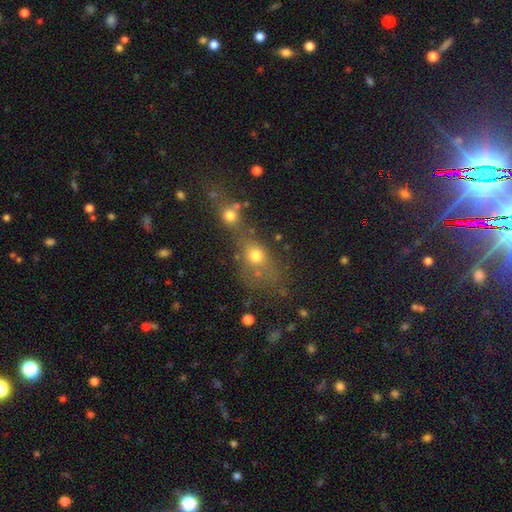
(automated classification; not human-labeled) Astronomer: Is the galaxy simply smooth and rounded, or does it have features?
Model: smooth — 68%.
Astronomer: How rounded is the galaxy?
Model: round — 59% (runner-up: in between, 37%).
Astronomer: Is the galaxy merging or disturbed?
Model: merger — 47% (runner-up: none, 35%).